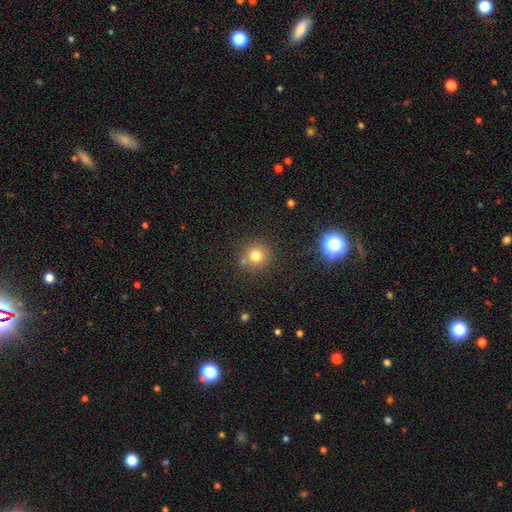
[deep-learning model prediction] Smooth or featured? Predicted: smooth (p=0.76). How rounded? Predicted: round (p=0.93). Merging? Predicted: none (p=0.79).